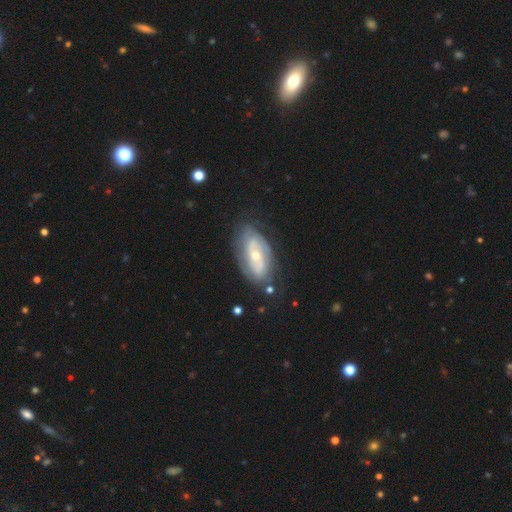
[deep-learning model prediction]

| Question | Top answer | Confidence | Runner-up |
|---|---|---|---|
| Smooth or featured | featured or disk | 75% | smooth (19%) |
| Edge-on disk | no | 93% | yes (7%) |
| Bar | no | 53% | weak (31%) |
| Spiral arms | yes | 81% | no (19%) |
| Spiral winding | tight | 51% | medium (33%) |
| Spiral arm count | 2 | 55% | can't tell (30%) |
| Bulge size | small | 53% | moderate (42%) |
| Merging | none | 73% | minor disturbance (18%) |